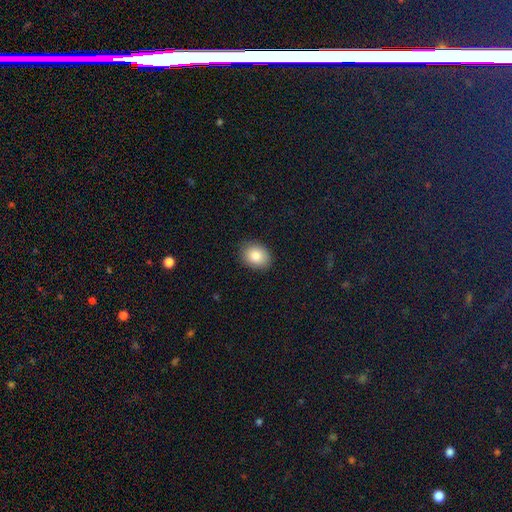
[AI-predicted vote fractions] smooth-or-featured: smooth: 86% | star or artifact: 8% | featured or disk: 6%
  how-rounded: in between: 64% | round: 35% | cigar-shaped: 1%
  merging: none: 87% | minor disturbance: 10% | major disturbance: 2% | merger: 1%